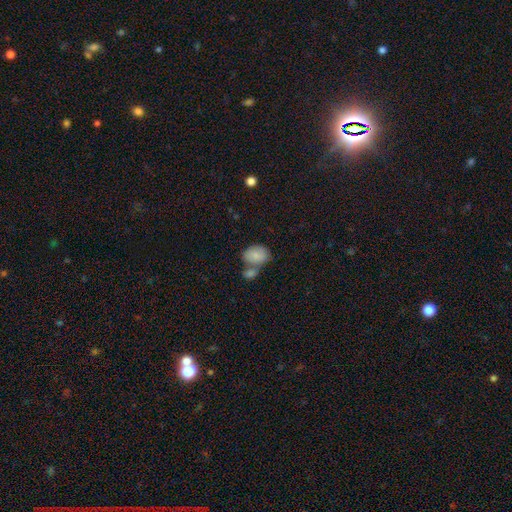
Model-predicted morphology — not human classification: The model was most divided on "merging": merger: 46%, none: 34%, minor disturbance: 14%, major disturbance: 6%. More confident: smooth or featured — smooth (81%); how rounded — in between (77%).